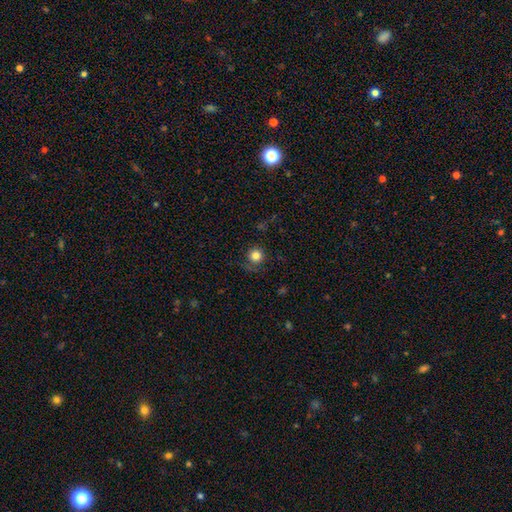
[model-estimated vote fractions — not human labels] This is clearly a smooth galaxy (81%). How rounded: clearly round (95%). Merging: clearly none (80%).